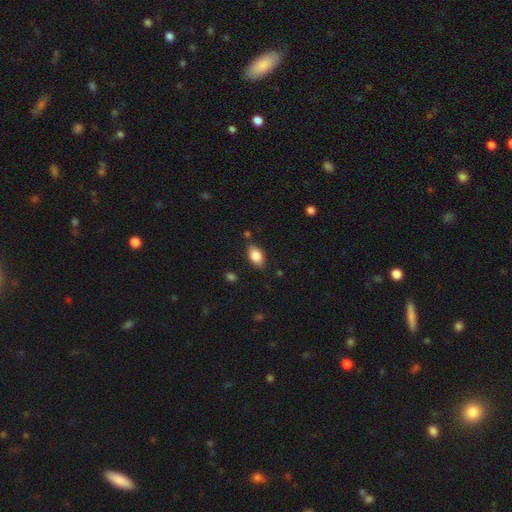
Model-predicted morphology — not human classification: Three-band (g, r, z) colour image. It shows a smooth galaxy with no disk features (86%) that is in between round and cigar-shaped (91%). Merging: none (80%).